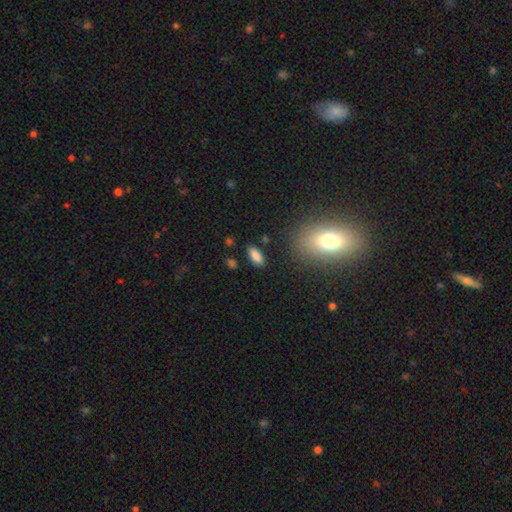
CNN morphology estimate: smooth 86%, star or artifact 9%, featured or disk 5%. Down the decision tree: how rounded — in between (87%); merging — none (86%).